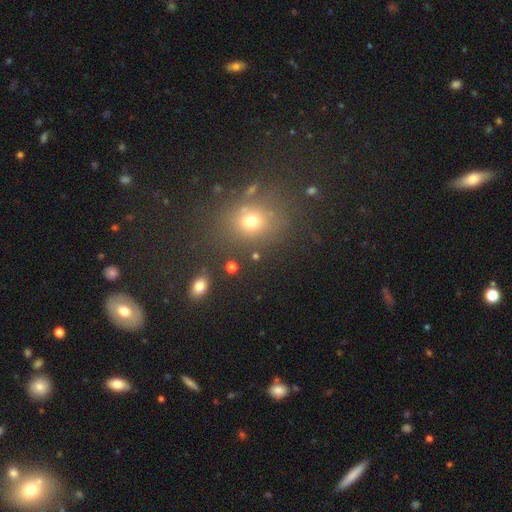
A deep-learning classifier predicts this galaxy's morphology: Q: Smooth or featured?
A: smooth (64%); runner-up: star or artifact (25%)
Q: How rounded?
A: round (63%); runner-up: in between (36%)
Q: Merging?
A: none (78%); runner-up: minor disturbance (11%)